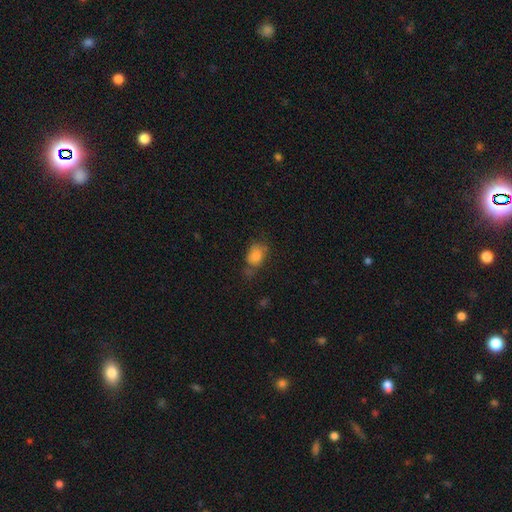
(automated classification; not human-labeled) Overall: smooth (79%). How rounded: in between (70%). Merging: none (52%; minor disturbance 30%).